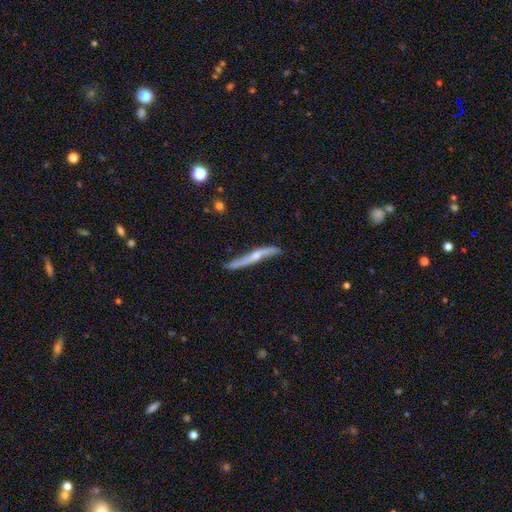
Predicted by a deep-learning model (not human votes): Smooth or featured?
  - featured or disk: 75% *
  - smooth: 19%
  - star or artifact: 6%
Edge-on disk?
  - yes: 79% *
  - no: 21%
Edge-on bulge?
  - rounded: 76% *
  - none: 20%
  - boxy: 4%
Merging?
  - none: 70% *
  - minor disturbance: 22%
  - major disturbance: 5%
  - merger: 3%